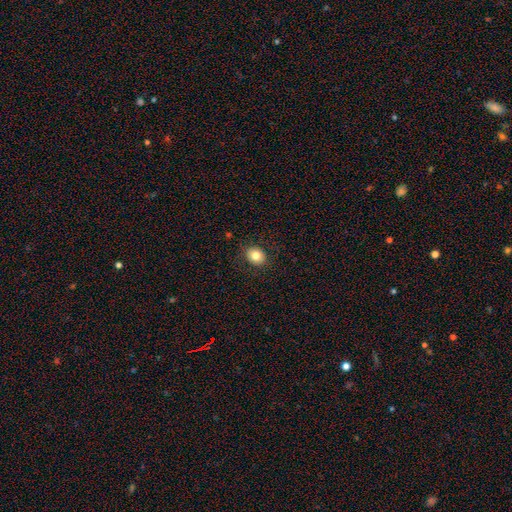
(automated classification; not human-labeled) This appears to be a smooth galaxy with no disk features (81%) that is round (53%). Merging: none (88%).